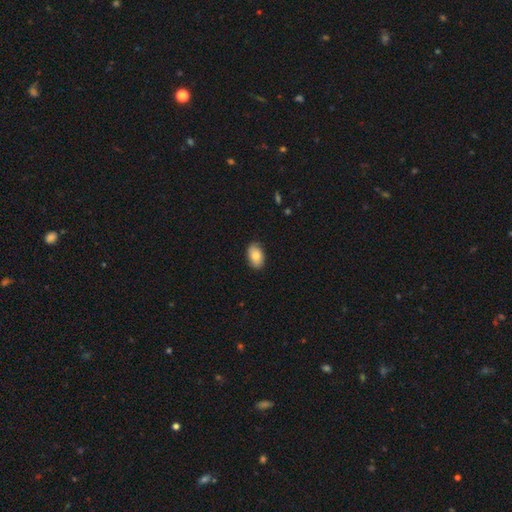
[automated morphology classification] Smooth or featured: smooth — 82% (featured or disk — 11%)
How rounded: in between — 92% (round — 6%)
Merging: none — 86% (minor disturbance — 11%)